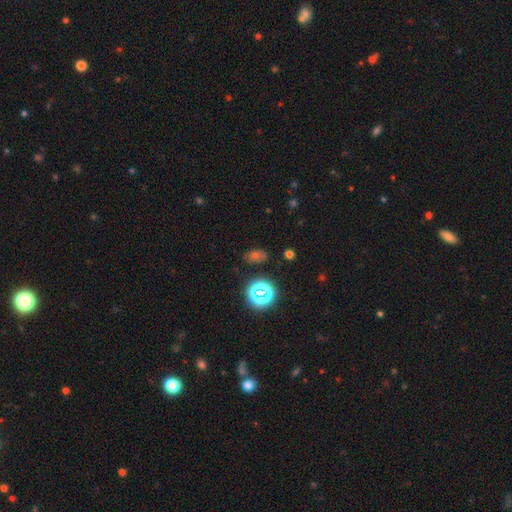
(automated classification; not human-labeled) A star or artifact, not a galaxy (47%).